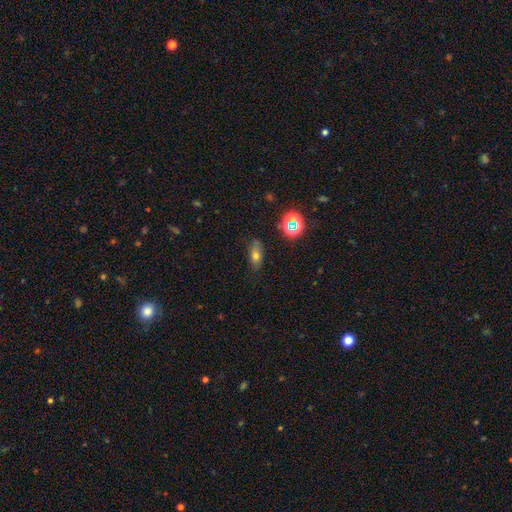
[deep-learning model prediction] The model was most divided on "smooth or featured": smooth: 66%, featured or disk: 18%, star or artifact: 16%. More confident: merging — none (78%); how rounded — in between (74%).